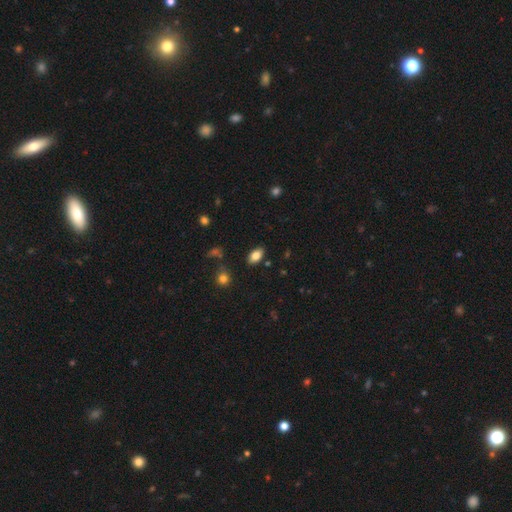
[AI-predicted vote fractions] smooth-or-featured: smooth: 82% | featured or disk: 9% | star or artifact: 9%
  how-rounded: in between: 92% | round: 5% | cigar-shaped: 3%
  merging: none: 86% | minor disturbance: 10% | major disturbance: 2% | merger: 2%